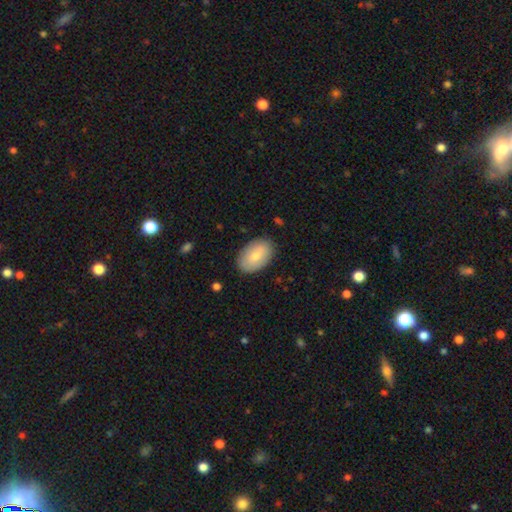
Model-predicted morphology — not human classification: A smooth galaxy with no disk features (73%) that is in between round and cigar-shaped (90%).

Vote fractions:
- Smooth or featured? smooth: 73% / featured or disk: 21% / star or artifact: 6%
- How rounded? in between: 90% / round: 9% / cigar-shaped: 1%
- Merging? none: 85% / minor disturbance: 11% / major disturbance: 2% / merger: 1%